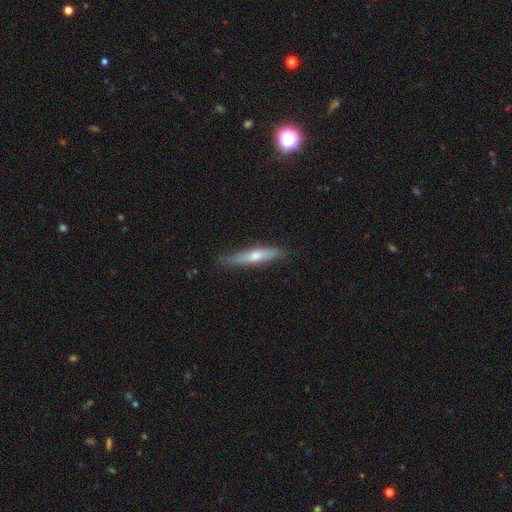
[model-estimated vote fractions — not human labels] smooth 52%, featured or disk 42%, star or artifact 6%. Down the decision tree: how rounded — cigar-shaped (88%); merging — none (81%).